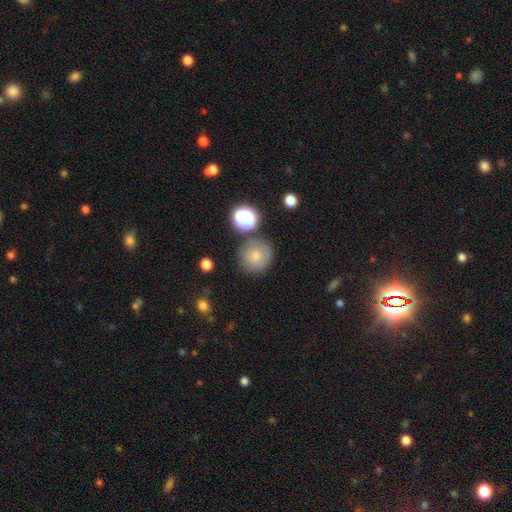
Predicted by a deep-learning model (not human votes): This appears to be a smooth galaxy with no disk features (74%) that is round (90%). Merging: none (71%).